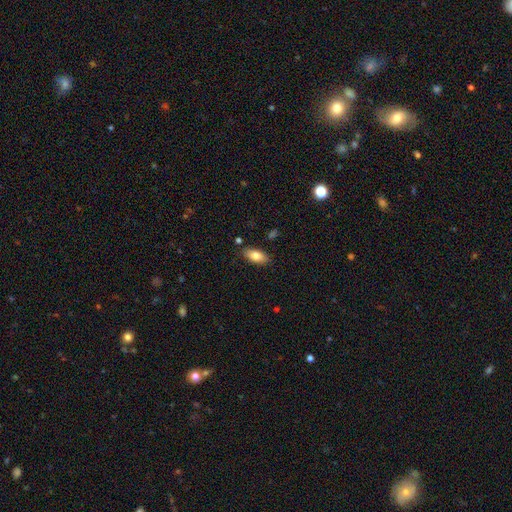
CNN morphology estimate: smooth 81%, featured or disk 12%, star or artifact 7%. Down the decision tree: how rounded — in between (89%); merging — none (85%).